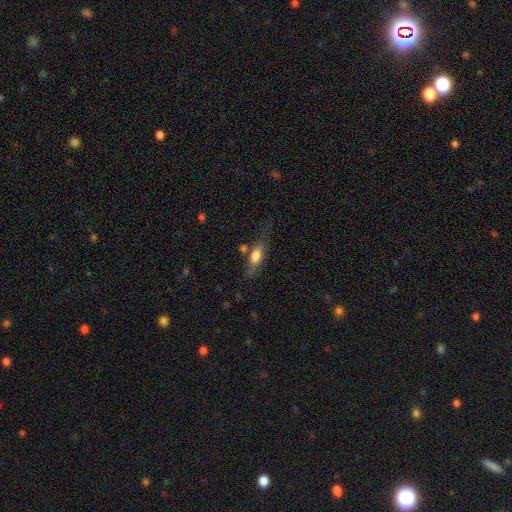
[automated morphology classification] type=smooth (66%); roundness=in between (62%); merging=none (57%).